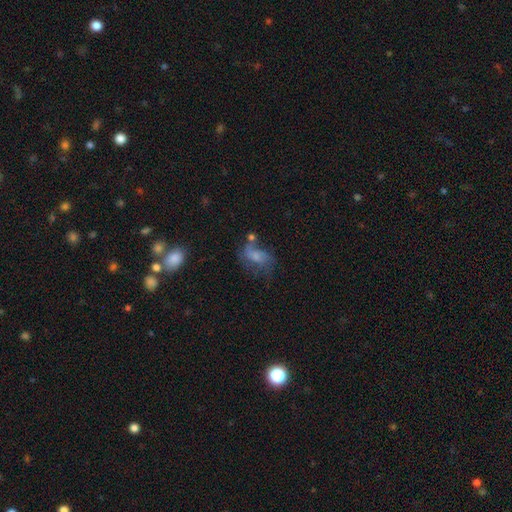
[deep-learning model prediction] The model was most divided on "smooth or featured": smooth: 46%, featured or disk: 42%, star or artifact: 12%. Remaining: merging — none (33%).